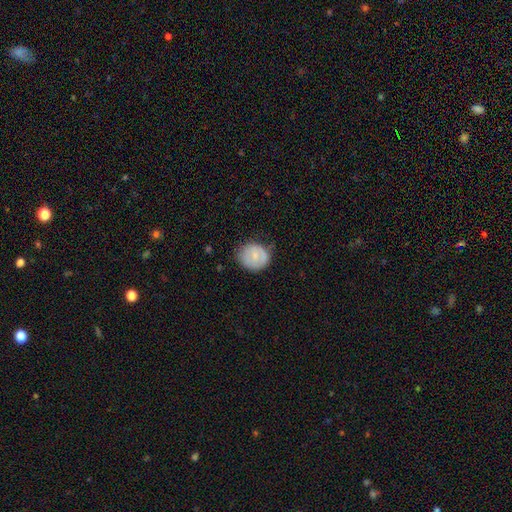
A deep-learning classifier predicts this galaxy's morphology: type=smooth (72%); roundness=round (75%); merging=none (65%).